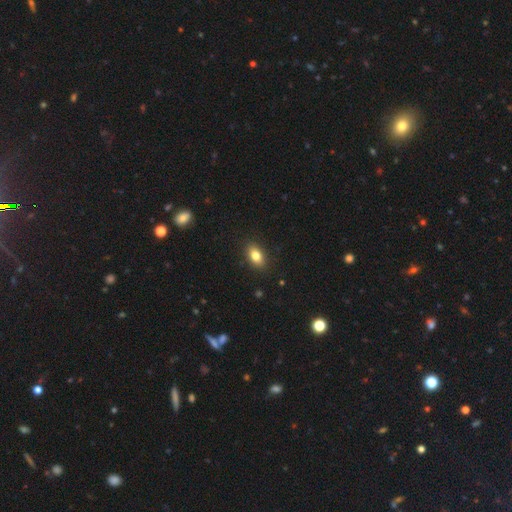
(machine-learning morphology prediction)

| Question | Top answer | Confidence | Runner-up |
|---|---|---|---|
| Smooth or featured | smooth | 81% | featured or disk (10%) |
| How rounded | in between | 86% | round (11%) |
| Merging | none | 89% | minor disturbance (8%) |